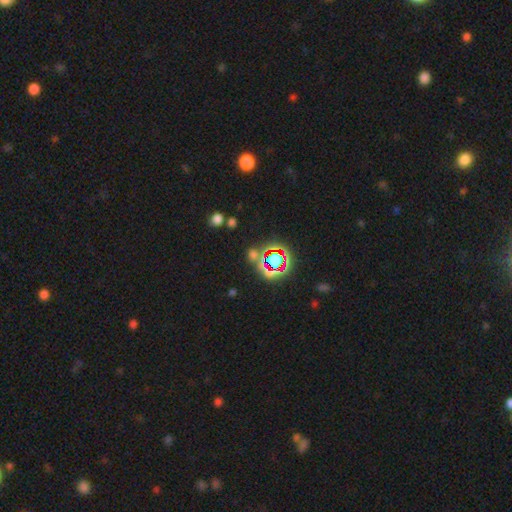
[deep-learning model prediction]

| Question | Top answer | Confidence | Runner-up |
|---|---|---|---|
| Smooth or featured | star or artifact | 72% | smooth (19%) |